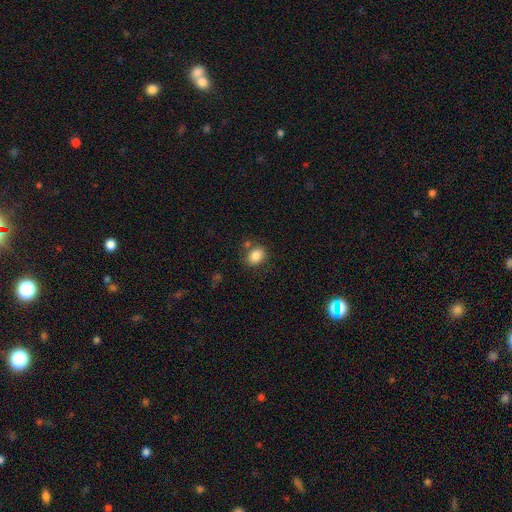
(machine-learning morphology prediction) Smooth or featured? smooth (83%)
How rounded? in between (59%)
Merging? none (73%)